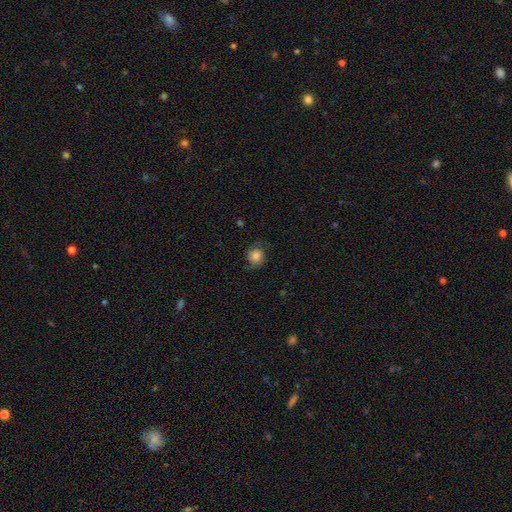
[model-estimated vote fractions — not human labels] This is likely a smooth galaxy (78%). How rounded: clearly round (81%). Merging: likely none (72%).